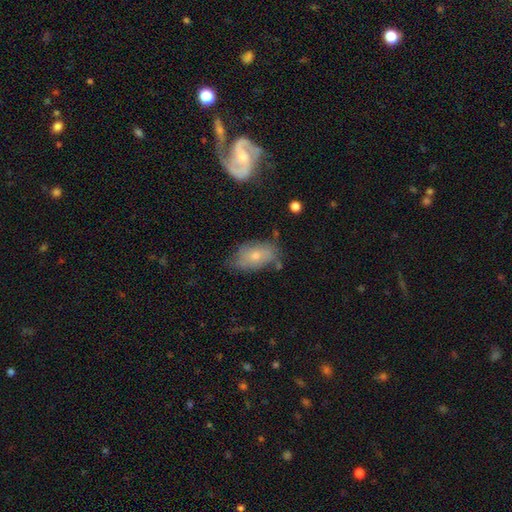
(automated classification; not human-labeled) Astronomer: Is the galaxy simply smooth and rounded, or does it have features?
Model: smooth — 62%.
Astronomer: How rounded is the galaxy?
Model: in between — 89%.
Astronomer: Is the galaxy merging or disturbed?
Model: none — 57%.